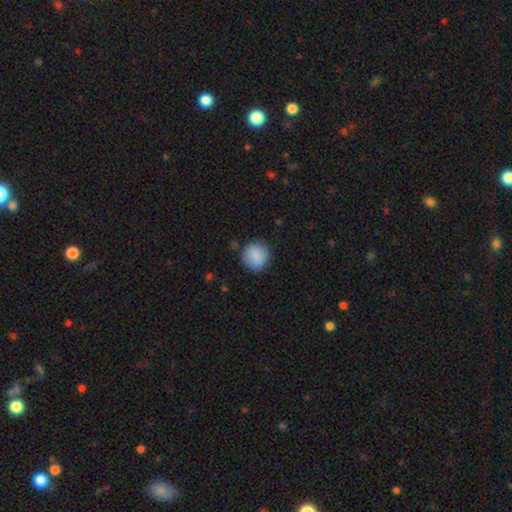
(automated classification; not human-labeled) smooth 87%, star or artifact 8%, featured or disk 6%. Down the decision tree: how rounded — round (85%); merging — none (81%).